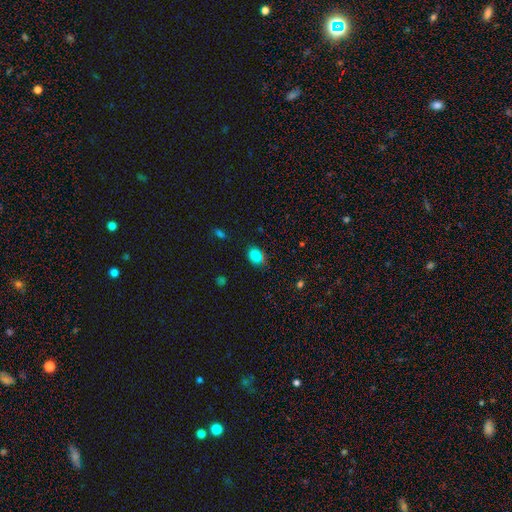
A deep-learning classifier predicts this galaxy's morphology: Smooth or featured? smooth (83%)
How rounded? in between (60%)
Merging? none (76%)